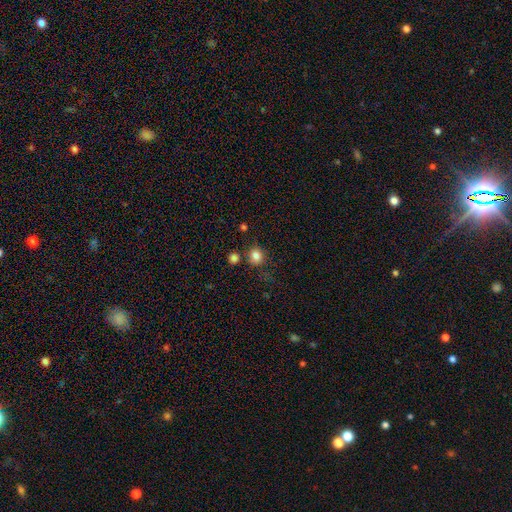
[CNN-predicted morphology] Smooth or featured? smooth (83%)
How rounded? round (85%)
Merging? none (75%)